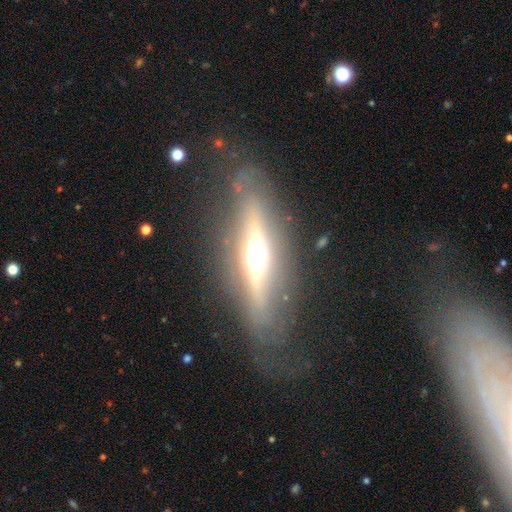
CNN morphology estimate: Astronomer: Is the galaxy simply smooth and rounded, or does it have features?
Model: featured or disk — 71%.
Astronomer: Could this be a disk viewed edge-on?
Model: yes — 81%.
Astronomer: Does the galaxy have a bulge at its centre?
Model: rounded — 93%.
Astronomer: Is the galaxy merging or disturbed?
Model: none — 75%.